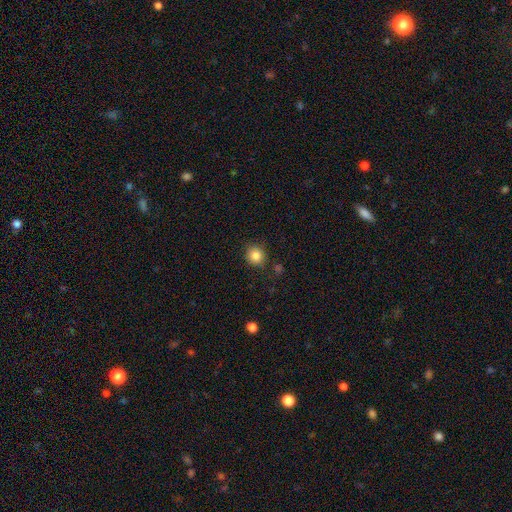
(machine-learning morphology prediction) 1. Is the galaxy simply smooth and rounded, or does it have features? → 85% smooth, 10% star or artifact, 5% featured or disk.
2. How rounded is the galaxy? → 89% round, 10% in between, 1% cigar-shaped.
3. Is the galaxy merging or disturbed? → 85% none, 10% minor disturbance, 3% major disturbance, 3% merger.